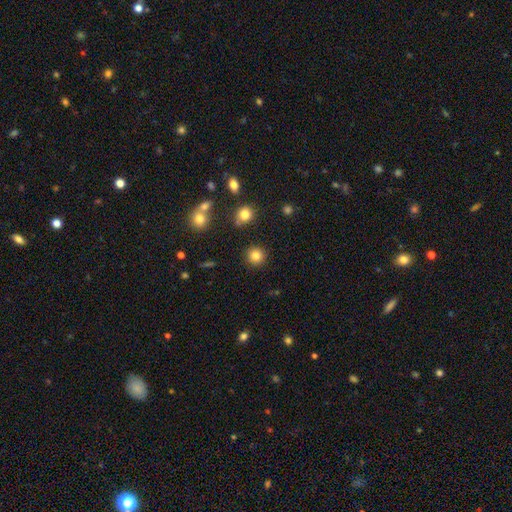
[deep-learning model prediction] Smooth or featured?
  - smooth: 83% *
  - star or artifact: 11%
  - featured or disk: 6%
How rounded?
  - round: 94% *
  - in between: 5%
  - cigar-shaped: 1%
Merging?
  - none: 90% *
  - minor disturbance: 5%
  - merger: 3%
  - major disturbance: 2%